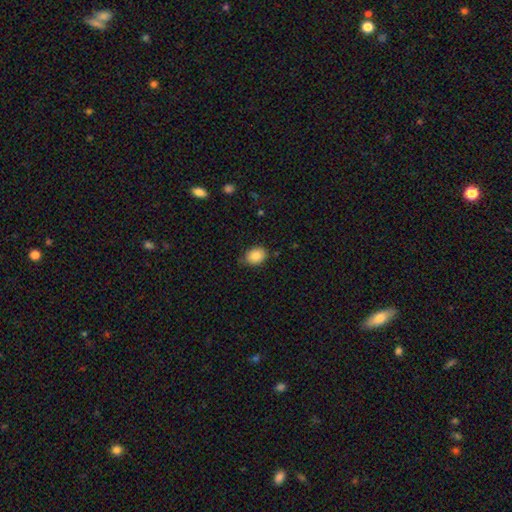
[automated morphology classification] Q: Smooth or featured?
A: smooth (86%); runner-up: star or artifact (8%)
Q: How rounded?
A: in between (61%); runner-up: round (38%)
Q: Merging?
A: none (77%); runner-up: minor disturbance (18%)